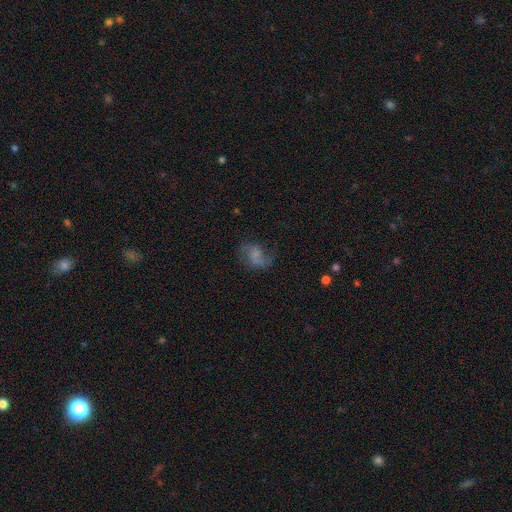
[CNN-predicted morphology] Smooth or featured? Predicted: featured or disk (p=0.53). Edge-on disk? Predicted: no (p=0.98). Bar? Predicted: no (p=0.60). Spiral arms? Predicted: yes (p=0.82). Bulge size? Predicted: none (p=0.56). Merging? Predicted: none (p=0.54).